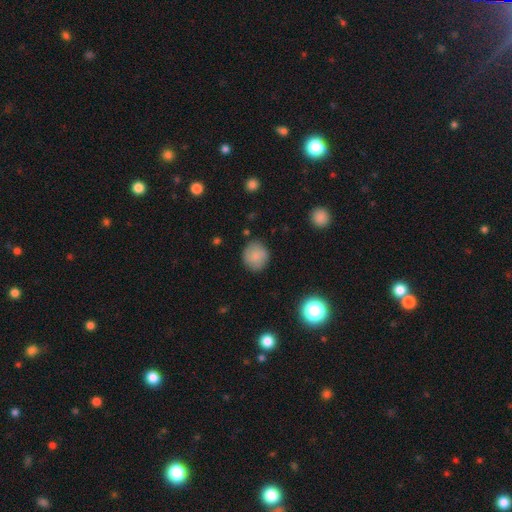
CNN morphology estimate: Smooth or featured: smooth — 77% (featured or disk — 14%)
How rounded: round — 87% (in between — 12%)
Merging: none — 82% (minor disturbance — 13%)